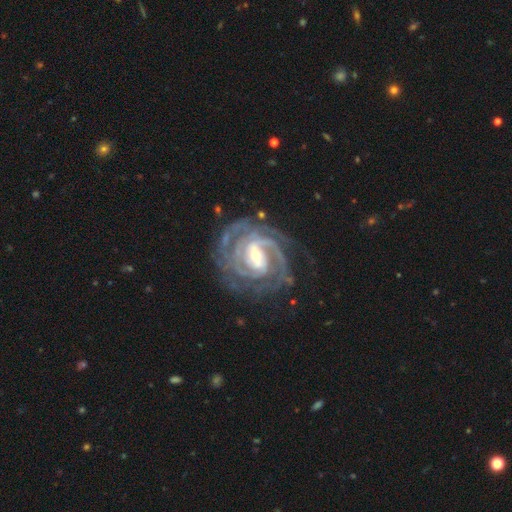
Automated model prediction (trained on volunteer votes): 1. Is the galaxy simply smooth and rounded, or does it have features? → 93% featured or disk, 4% star or artifact, 3% smooth.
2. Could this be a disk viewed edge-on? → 97% no, 3% yes.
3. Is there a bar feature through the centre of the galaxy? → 44% strong, 42% weak, 13% no.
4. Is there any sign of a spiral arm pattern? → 98% yes, 2% no.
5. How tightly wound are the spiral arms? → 70% tight, 26% medium, 4% loose.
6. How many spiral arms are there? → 27% 3, 26% 2, 18% can't tell, 15% 4, 7% more than 4, 6% 1.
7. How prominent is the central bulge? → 54% moderate, 39% small, 5% large, 1% none, 1% dominant.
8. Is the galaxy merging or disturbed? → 72% none, 17% minor disturbance, 9% major disturbance, 2% merger.